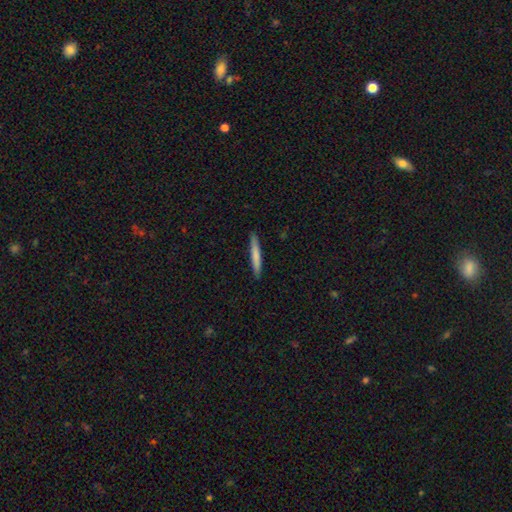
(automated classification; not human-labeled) smooth 73%, featured or disk 22%, star or artifact 5%. Down the decision tree: how rounded — cigar-shaped (96%); merging — none (91%).